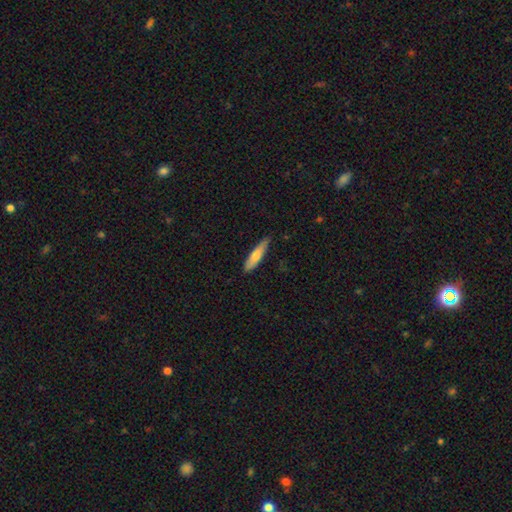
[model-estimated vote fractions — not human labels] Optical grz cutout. It shows a smooth galaxy with no disk features (68%) that is cigar-shaped (82%). Merging: none (80%).